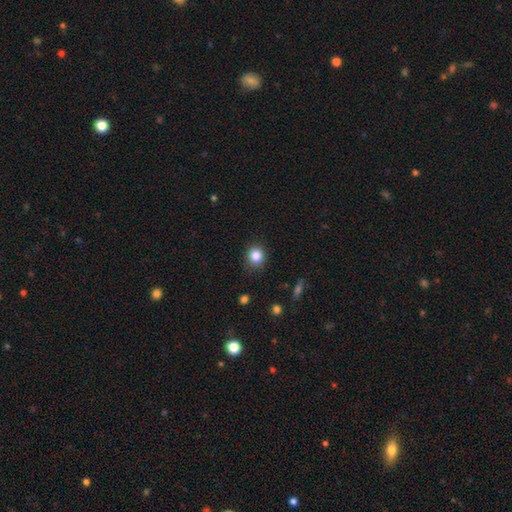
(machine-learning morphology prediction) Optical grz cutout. It shows a smooth galaxy with no disk features (84%) that is round (81%). Merging: none (85%).